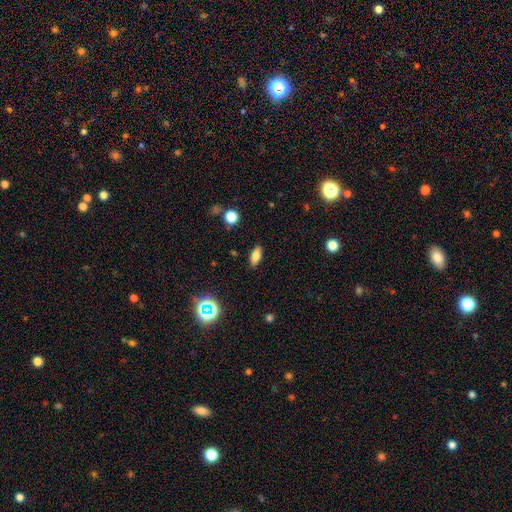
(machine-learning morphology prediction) The model was most divided on "smooth or featured": smooth: 73%, featured or disk: 16%, star or artifact: 11%. More confident: merging — none (87%); how rounded — in between (78%).